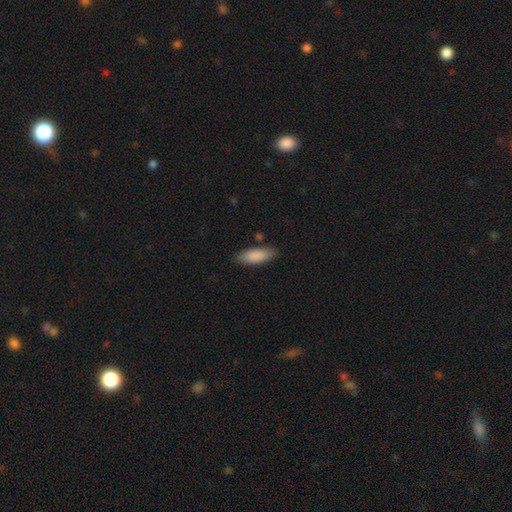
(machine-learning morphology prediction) This is clearly a smooth galaxy (88%). How rounded: likely in between (68%). Merging: clearly none (83%).